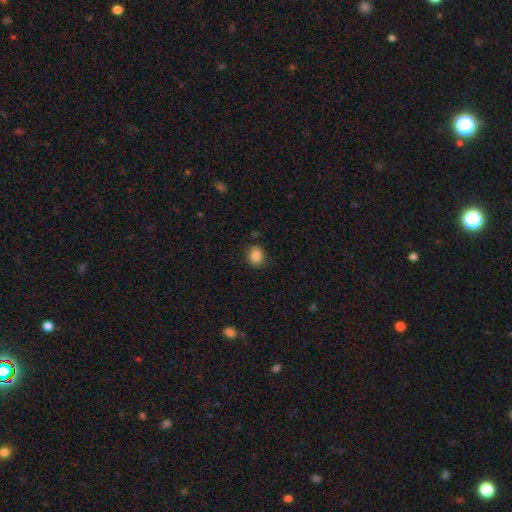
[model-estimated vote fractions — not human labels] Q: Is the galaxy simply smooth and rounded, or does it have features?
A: smooth — 85%.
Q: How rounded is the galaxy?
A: round — 67%.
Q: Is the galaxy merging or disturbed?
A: none — 81%.